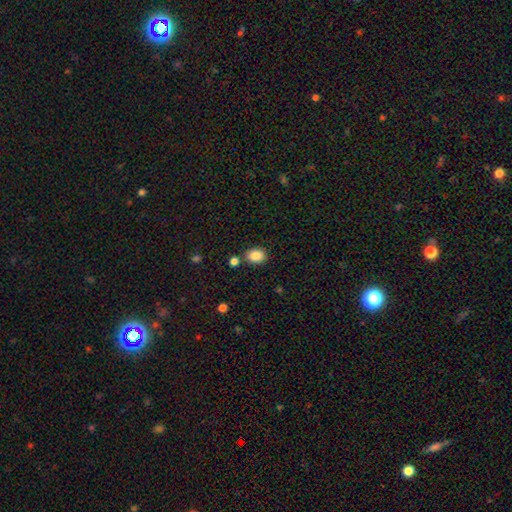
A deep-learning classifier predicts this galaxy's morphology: smooth_or_featured: smooth (p=0.86) [alt: star or artifact p=0.09]
how_rounded: in between (p=0.61) [alt: round p=0.38]
merging: none (p=0.80) [alt: minor disturbance p=0.10]